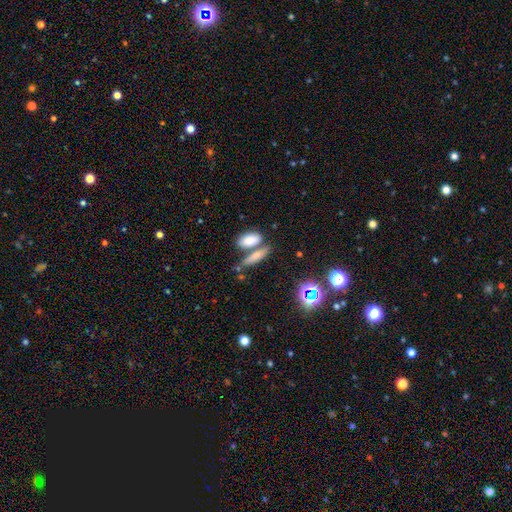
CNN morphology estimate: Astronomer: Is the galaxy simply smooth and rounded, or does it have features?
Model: smooth — 74%.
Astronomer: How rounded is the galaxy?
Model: in between — 51% (runner-up: cigar-shaped, 44%).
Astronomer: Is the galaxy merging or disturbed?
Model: none — 51% (runner-up: merger, 35%).